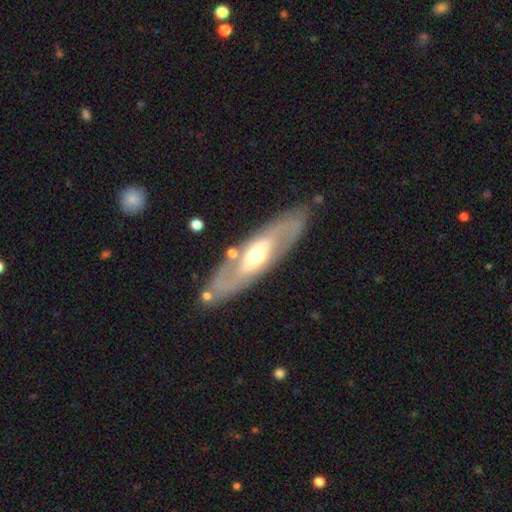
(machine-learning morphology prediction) Smooth or featured?
  - featured or disk: 71% *
  - smooth: 24%
  - star or artifact: 5%
Edge-on disk?
  - no: 75% *
  - yes: 25%
Bar?
  - no: 54% *
  - weak: 29%
  - strong: 17%
Spiral arms?
  - no: 51% *
  - yes: 49%
Bulge size?
  - moderate: 69% *
  - small: 18%
  - large: 11%
  - dominant: 1%
  - none: 1%
Merging?
  - none: 81% *
  - minor disturbance: 12%
  - major disturbance: 4%
  - merger: 3%